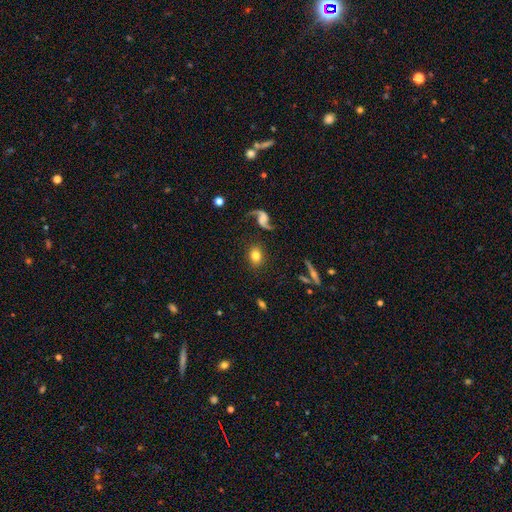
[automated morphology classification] Smooth or featured?
  - smooth: 72% *
  - featured or disk: 19%
  - star or artifact: 9%
How rounded?
  - round: 55% *
  - in between: 43%
  - cigar-shaped: 2%
Merging?
  - none: 84% *
  - minor disturbance: 10%
  - major disturbance: 4%
  - merger: 3%